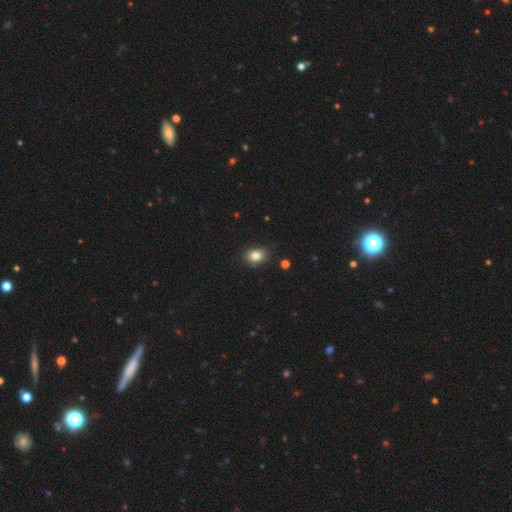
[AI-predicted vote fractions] Smooth or featured? Predicted: smooth (p=0.82). How rounded? Predicted: in between (p=0.64). Merging? Predicted: none (p=0.85).